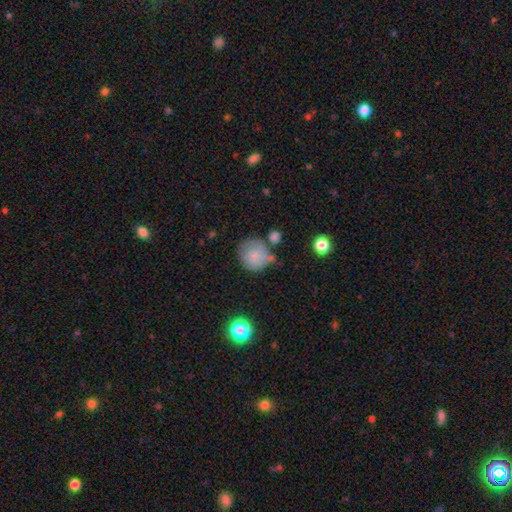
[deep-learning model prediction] This appears to be a smooth galaxy with no disk features (72%) that is round (87%). Merging: none (47%).